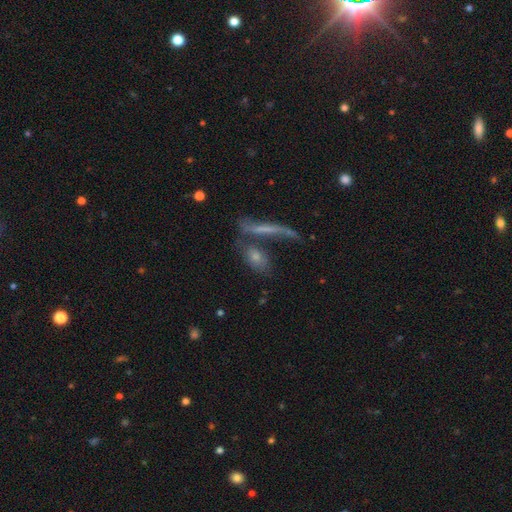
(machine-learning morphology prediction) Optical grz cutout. It shows a smooth galaxy with no disk features (55%) that is in between round and cigar-shaped (45%, tied with cigar-shaped). Merging: none (42%).